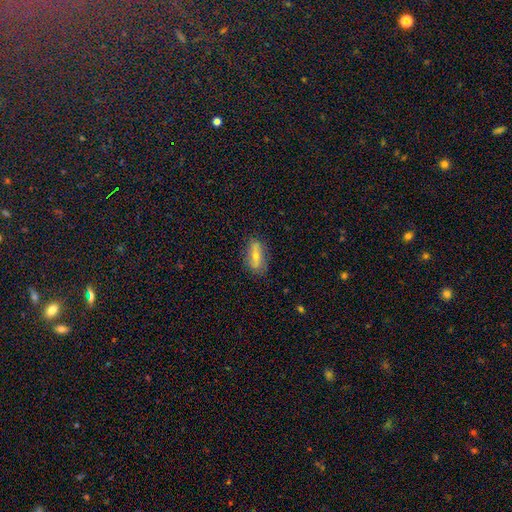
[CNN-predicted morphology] This appears to be a smooth galaxy with no disk features (55%) that is in between round and cigar-shaped (74%). Merging: none (77%).